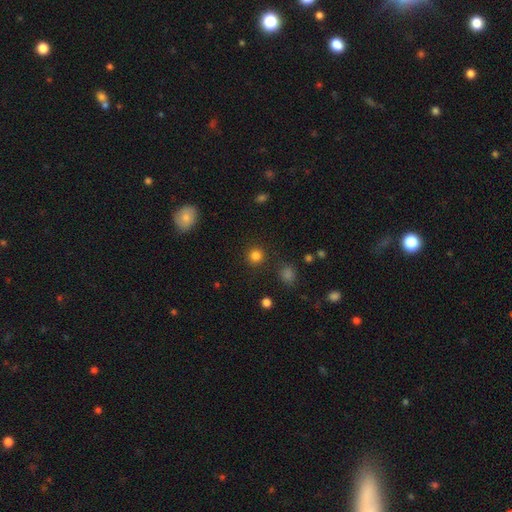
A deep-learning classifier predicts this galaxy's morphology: This appears to be a smooth galaxy with no disk features (83%) that is round (92%). Merging: none (89%).